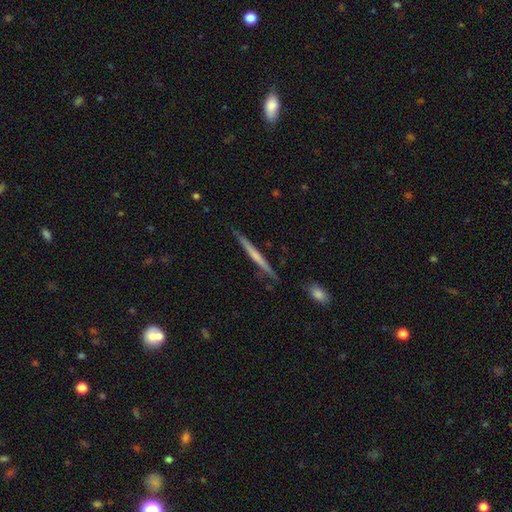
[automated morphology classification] type=featured or disk (54%); edge-on=yes (97%); edge-on bulge=none (67%); merging=none (87%).